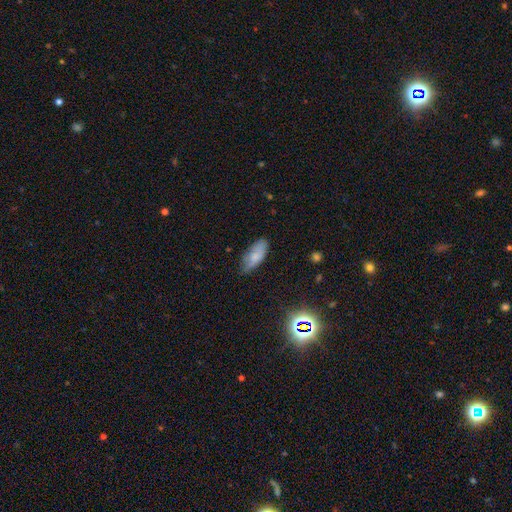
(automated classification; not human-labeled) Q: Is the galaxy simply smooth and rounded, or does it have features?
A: smooth — 75%.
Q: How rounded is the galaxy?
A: in between — 83%.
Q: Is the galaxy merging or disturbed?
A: none — 62%.